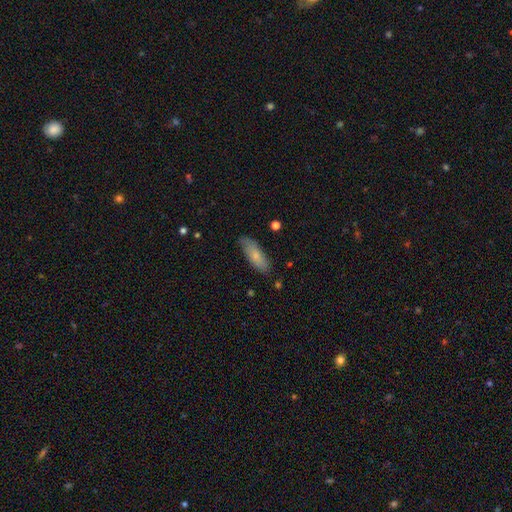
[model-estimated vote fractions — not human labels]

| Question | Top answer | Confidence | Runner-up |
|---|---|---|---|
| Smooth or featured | smooth | 74% | featured or disk (20%) |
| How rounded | in between | 63% | cigar-shaped (35%) |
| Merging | none | 76% | minor disturbance (19%) |